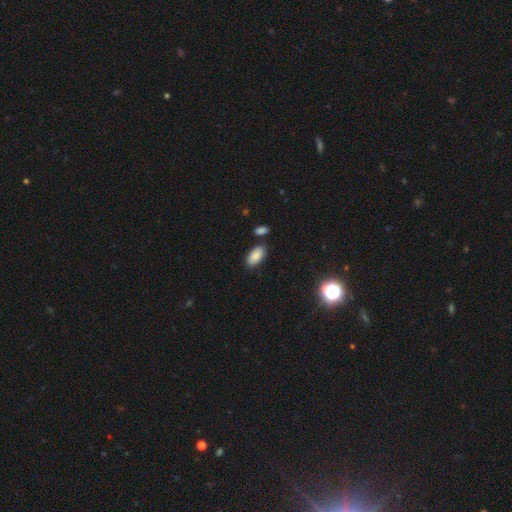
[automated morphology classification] smooth_or_featured: smooth (p=0.86) [alt: star or artifact p=0.08]
how_rounded: in between (p=0.94) [alt: cigar-shaped p=0.04]
merging: none (p=0.79) [alt: minor disturbance p=0.12]